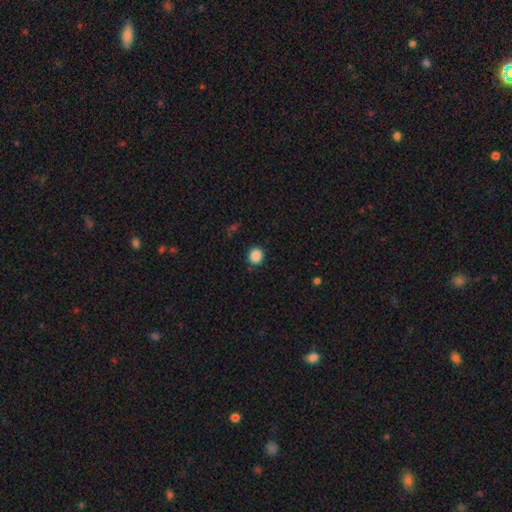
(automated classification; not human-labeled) Smooth or featured: smooth — 88% (star or artifact — 10%)
How rounded: round — 88% (in between — 12%)
Merging: none — 90% (minor disturbance — 7%)